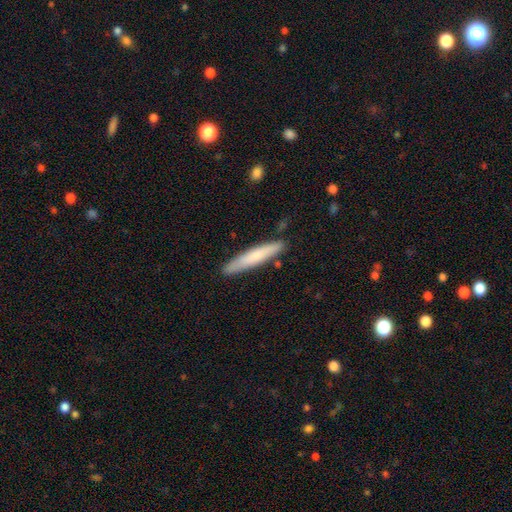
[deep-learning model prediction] A smooth galaxy with no disk features (71%) that is cigar-shaped (93%). Merging: none (87%).